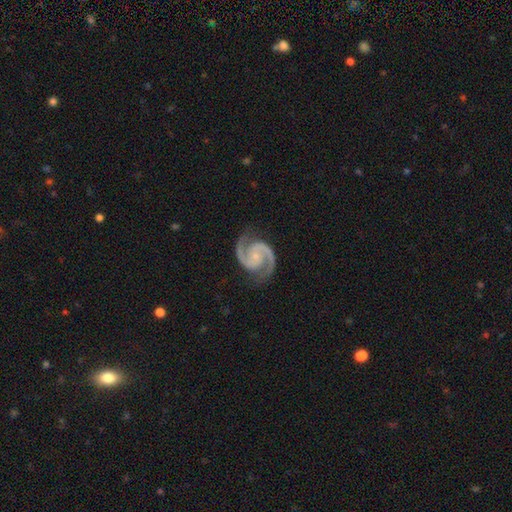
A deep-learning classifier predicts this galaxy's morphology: Q: Smooth or featured?
A: featured or disk (94%); runner-up: star or artifact (3%)
Q: Edge-on disk?
A: no (99%); runner-up: yes (1%)
Q: Bar?
A: no (65%); runner-up: weak (27%)
Q: Spiral arms?
A: yes (99%); runner-up: no (1%)
Q: Spiral winding?
A: medium (62%); runner-up: tight (30%)
Q: Spiral arm count?
A: 2 (95%); runner-up: 3 (1%)
Q: Bulge size?
A: small (70%); runner-up: moderate (16%)
Q: Merging?
A: none (83%); runner-up: minor disturbance (12%)